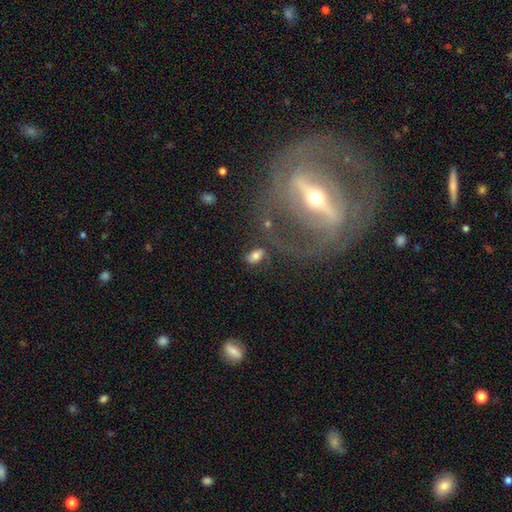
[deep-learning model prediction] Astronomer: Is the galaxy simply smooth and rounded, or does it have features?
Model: smooth — 61%.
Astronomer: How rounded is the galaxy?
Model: in between — 85%.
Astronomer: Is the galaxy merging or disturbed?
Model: none — 64%.